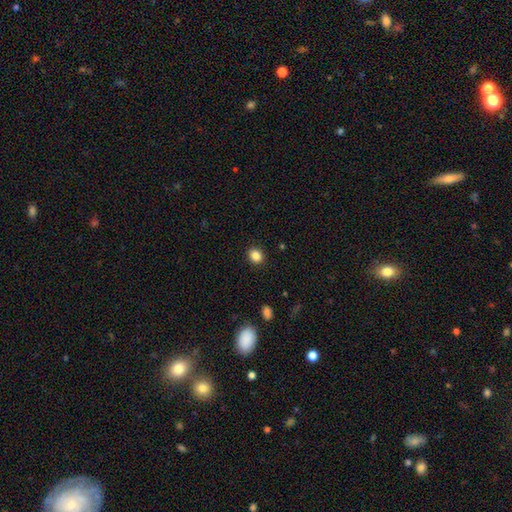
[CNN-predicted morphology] smooth_or_featured: smooth (p=0.85) [alt: star or artifact p=0.11]
how_rounded: round (p=0.67) [alt: in between p=0.32]
merging: none (p=0.90) [alt: minor disturbance p=0.06]